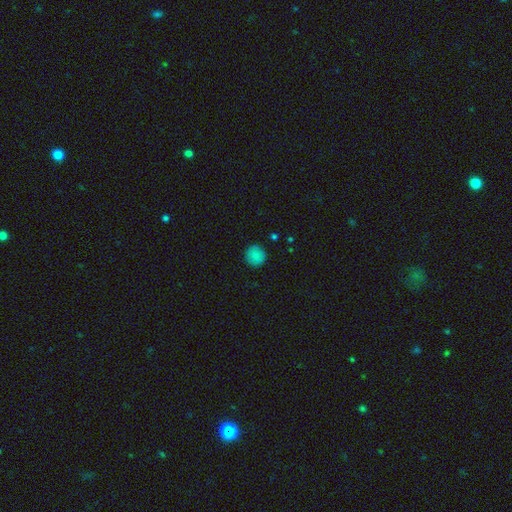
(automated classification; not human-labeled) Q: Smooth or featured?
A: smooth (86%); runner-up: star or artifact (10%)
Q: How rounded?
A: round (94%); runner-up: in between (5%)
Q: Merging?
A: none (90%); runner-up: minor disturbance (7%)